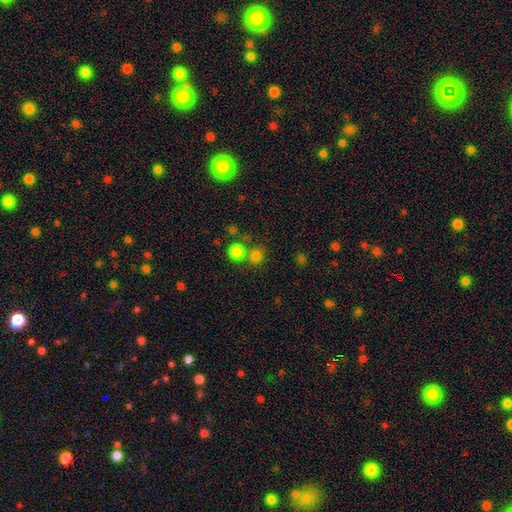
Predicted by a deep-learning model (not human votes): A smooth galaxy with no disk features (79%) that is round (86%).

Vote fractions:
- Smooth or featured? smooth: 79% / star or artifact: 15% / featured or disk: 6%
- How rounded? round: 86% / in between: 13% / cigar-shaped: 1%
- Merging? none: 63% / merger: 26% / minor disturbance: 8% / major disturbance: 4%